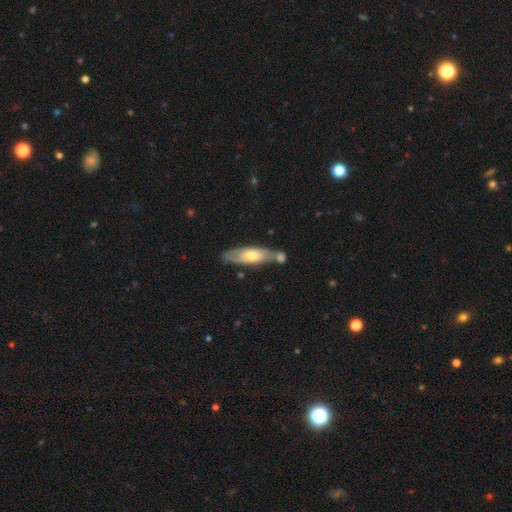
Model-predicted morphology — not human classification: type=featured or disk (54%); edge-on=no (52%); merging=none (62%).